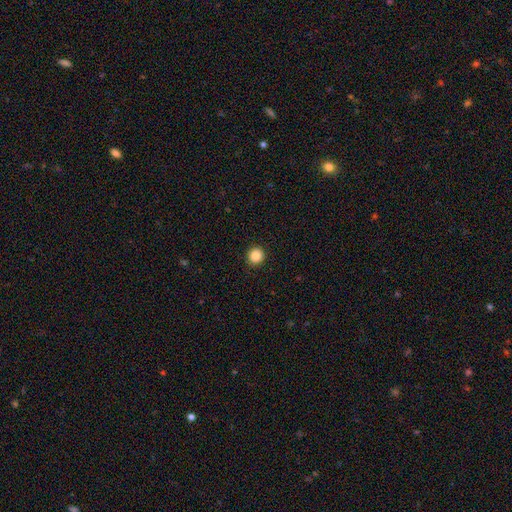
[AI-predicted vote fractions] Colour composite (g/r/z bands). It shows a smooth galaxy with no disk features (86%) that is round (94%). Merging: none (93%).